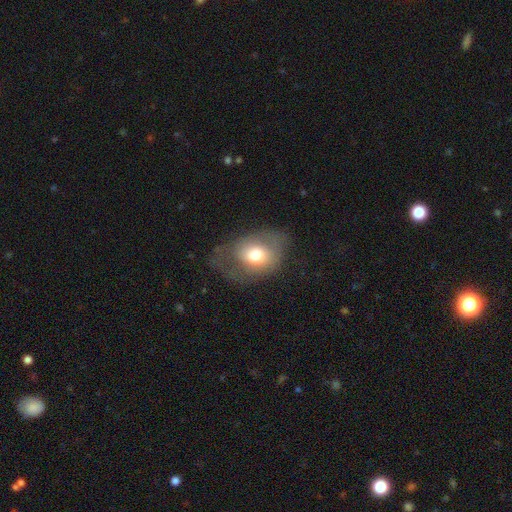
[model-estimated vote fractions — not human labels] Smooth or featured? Predicted: smooth (p=0.66). How rounded? Predicted: in between (p=0.64). Merging? Predicted: none (p=0.46).